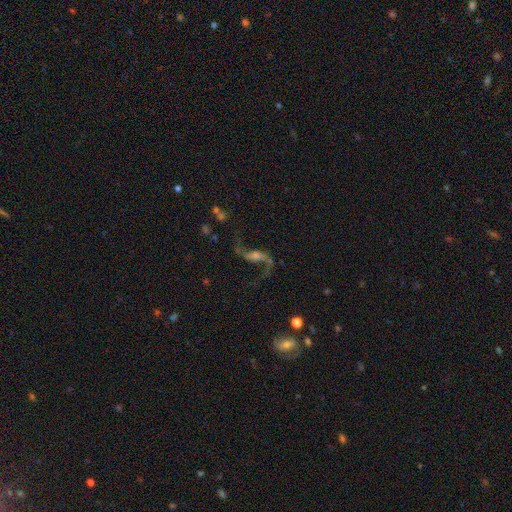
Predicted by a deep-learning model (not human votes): Smooth or featured: featured or disk — 84% (star or artifact — 9%)
Edge-on disk: no — 93% (yes — 7%)
Bar: weak — 39% (no — 35%)
Spiral arms: yes — 95% (no — 5%)
Spiral winding: loose — 88% (medium — 10%)
Spiral arm count: 2 — 93% (1 — 3%)
Bulge size: moderate — 36% (small — 34%)
Merging: none — 71% (minor disturbance — 13%)